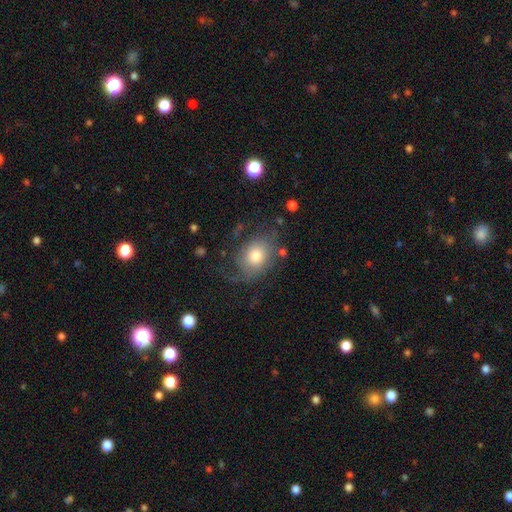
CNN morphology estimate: Overall: smooth (58%; featured or disk 33%). How rounded: in between (55%; round 44%). Merging: none (53%; minor disturbance 22%).